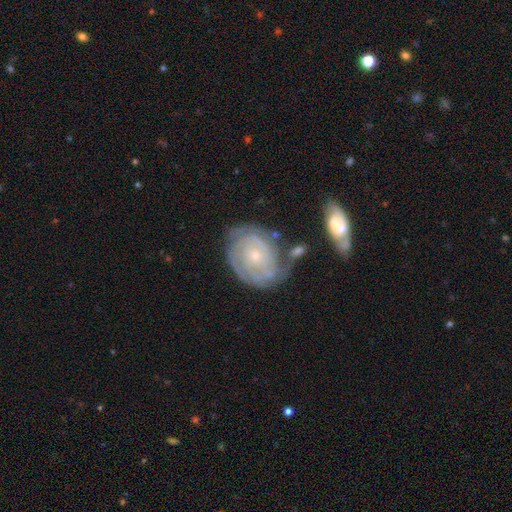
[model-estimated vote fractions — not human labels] featured or disk 79%, smooth 15%, star or artifact 6%. Down the decision tree: edge-on disk — no (97%); bar — no (78%); spiral arms — yes (91%); spiral arm count — can't tell (42%); spiral winding — tight (77%); bulge size — small (68%); merging — none (64%).